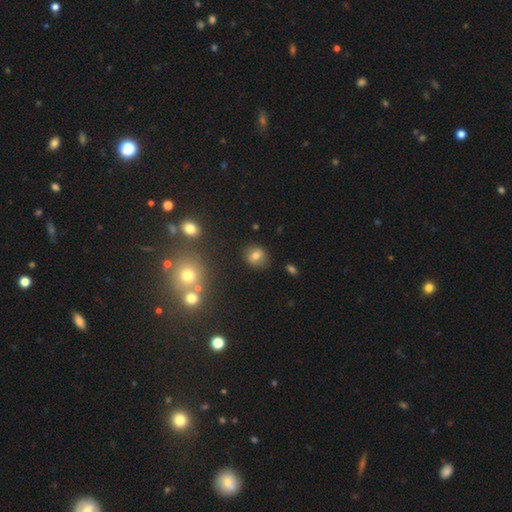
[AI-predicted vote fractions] The model was most divided on "how rounded": round: 78%, in between: 20%, cigar-shaped: 1%. More confident: merging — none (85%); smooth or featured — smooth (74%).